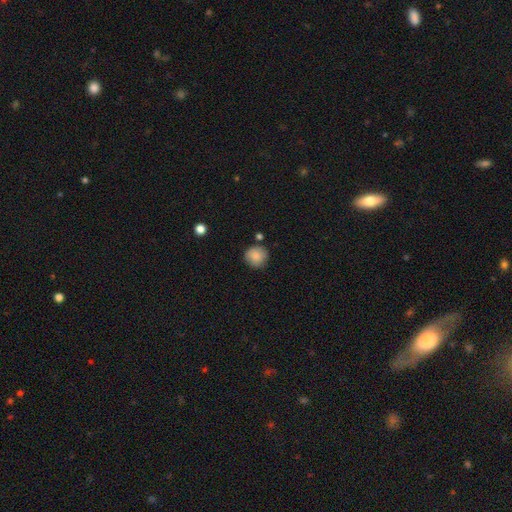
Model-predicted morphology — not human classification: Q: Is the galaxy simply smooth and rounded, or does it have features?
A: smooth — 86%.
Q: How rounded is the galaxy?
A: round — 92%.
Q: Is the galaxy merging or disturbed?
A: none — 81%.